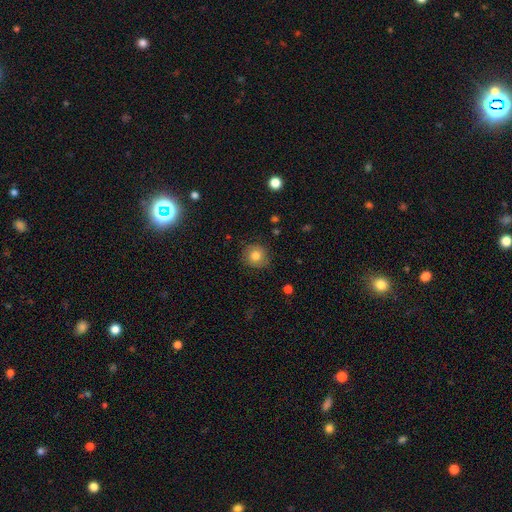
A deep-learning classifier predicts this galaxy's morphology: Overall: smooth (77%). How rounded: round (91%). Merging: none (84%).